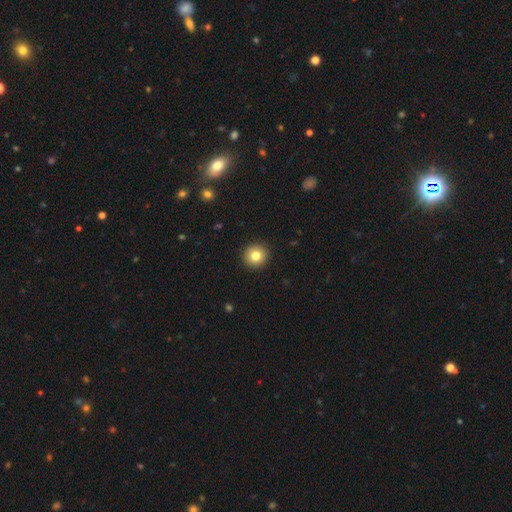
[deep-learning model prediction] Smooth or featured? Predicted: smooth (p=0.80). How rounded? Predicted: round (p=0.95). Merging? Predicted: none (p=0.93).